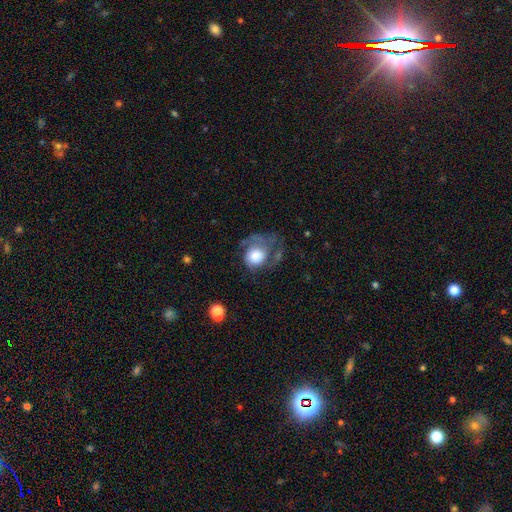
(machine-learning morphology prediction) Smooth or featured?
  - smooth: 49% *
  - featured or disk: 43%
  - star or artifact: 8%
Merging?
  - major disturbance: 44% *
  - none: 30%
  - minor disturbance: 23%
  - merger: 4%